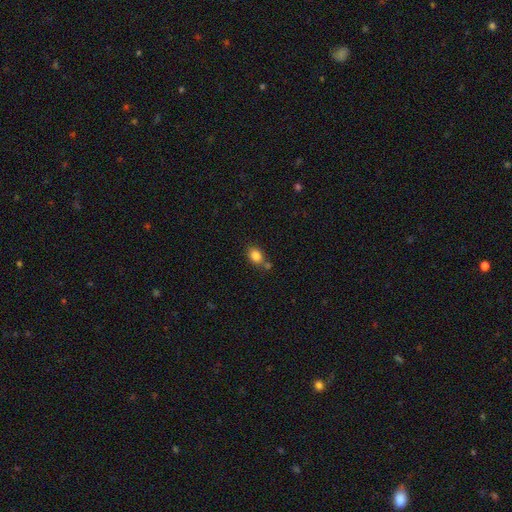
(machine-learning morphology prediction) This is clearly a smooth galaxy (84%). How rounded: likely in between (66%). Merging: likely none (64%).